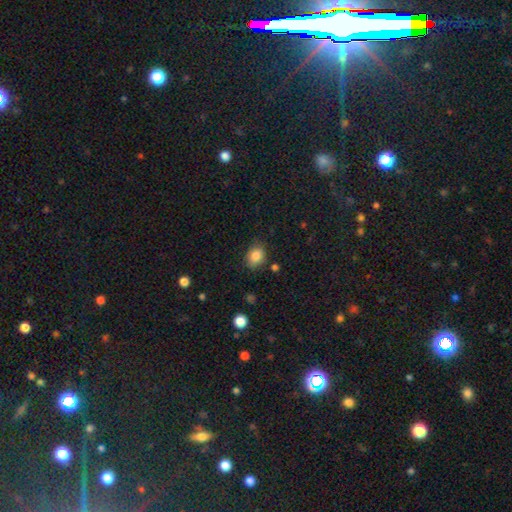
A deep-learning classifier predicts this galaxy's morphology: A smooth galaxy with no disk features (85%) that is in between round and cigar-shaped (57%).

Vote fractions:
- Smooth or featured? smooth: 85% / star or artifact: 10% / featured or disk: 6%
- How rounded? in between: 57% / round: 42% / cigar-shaped: 1%
- Merging? none: 77% / minor disturbance: 17% / major disturbance: 4% / merger: 2%